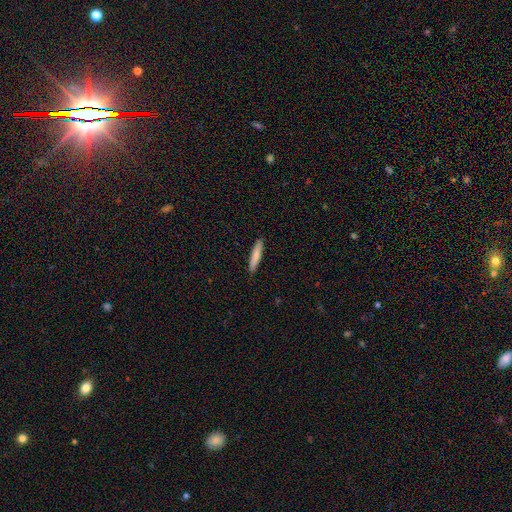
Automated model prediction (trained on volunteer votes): Q: Smooth or featured?
A: smooth (81%); runner-up: featured or disk (13%)
Q: How rounded?
A: cigar-shaped (90%); runner-up: in between (9%)
Q: Merging?
A: none (90%); runner-up: minor disturbance (7%)